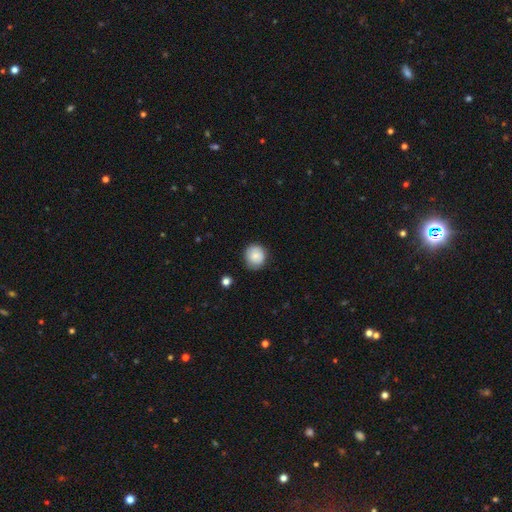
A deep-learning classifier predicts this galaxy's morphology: smooth 77%, featured or disk 15%, star or artifact 8%. Down the decision tree: how rounded — round (85%); merging — none (76%).